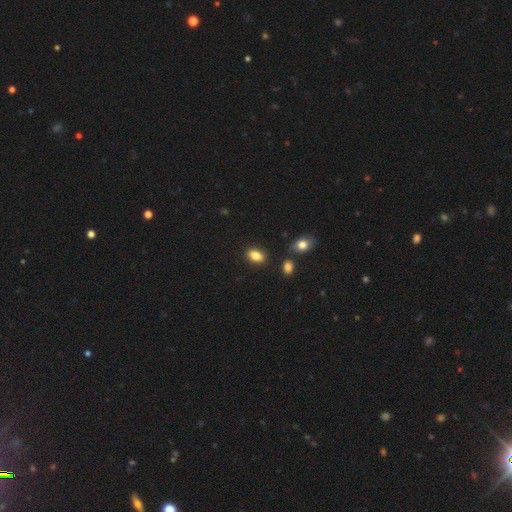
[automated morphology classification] This appears to be a smooth galaxy with no disk features (84%) that is in between round and cigar-shaped (85%). Merging: none (84%).